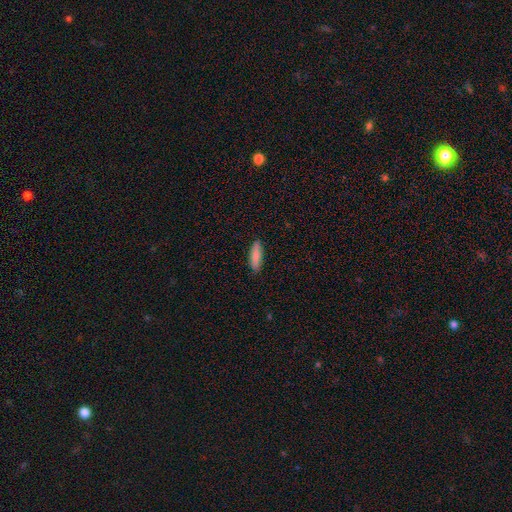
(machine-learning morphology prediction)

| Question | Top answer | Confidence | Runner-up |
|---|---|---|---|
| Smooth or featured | smooth | 85% | featured or disk (9%) |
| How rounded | cigar-shaped | 62% | in between (37%) |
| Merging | none | 88% | minor disturbance (9%) |